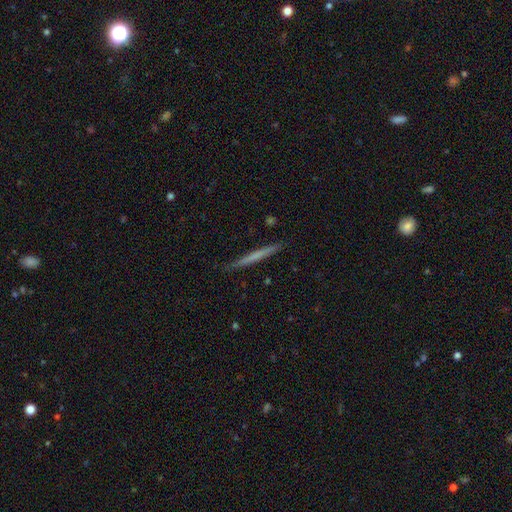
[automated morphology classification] A smooth galaxy with no disk features (50%) that is cigar-shaped (97%). Merging: none (90%).